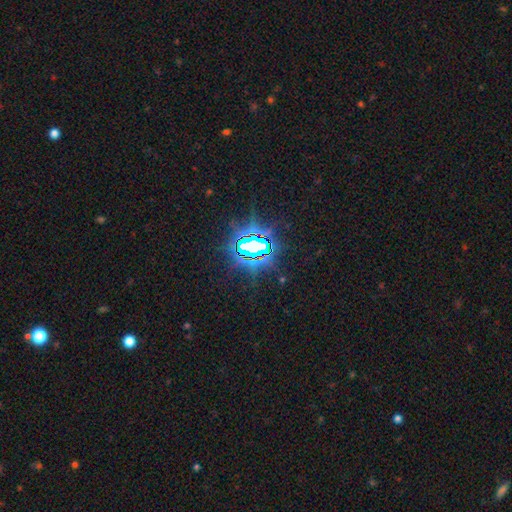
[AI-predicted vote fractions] Smooth or featured?
  - star or artifact: 84% *
  - featured or disk: 8%
  - smooth: 8%